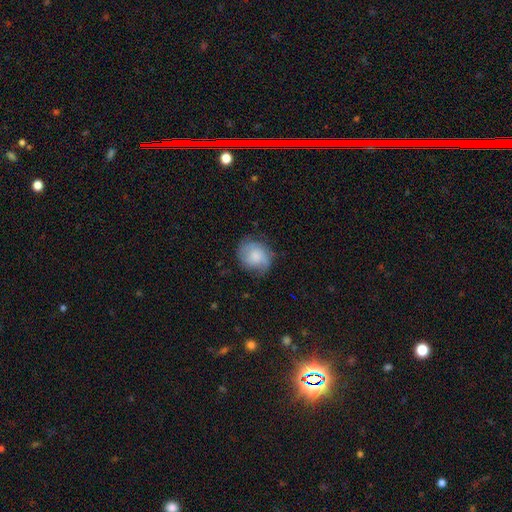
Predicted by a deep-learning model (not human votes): Q: Smooth or featured?
A: smooth (57%); runner-up: featured or disk (34%)
Q: How rounded?
A: round (71%); runner-up: in between (28%)
Q: Merging?
A: none (62%); runner-up: minor disturbance (26%)